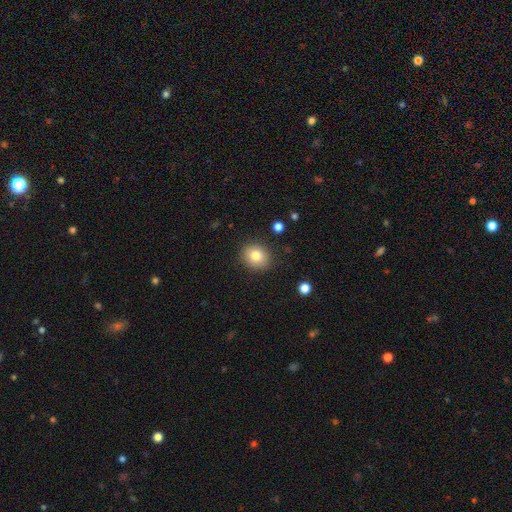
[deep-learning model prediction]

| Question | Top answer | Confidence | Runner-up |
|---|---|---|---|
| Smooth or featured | smooth | 81% | star or artifact (10%) |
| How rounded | round | 75% | in between (24%) |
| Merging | none | 88% | minor disturbance (8%) |